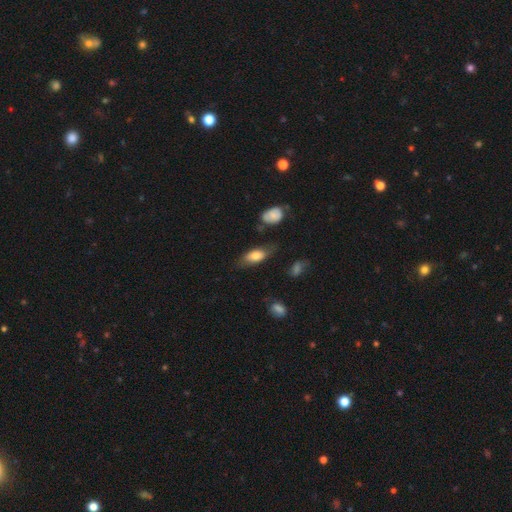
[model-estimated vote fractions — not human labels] Smooth or featured? smooth (70%)
How rounded? in between (81%)
Merging? none (66%)